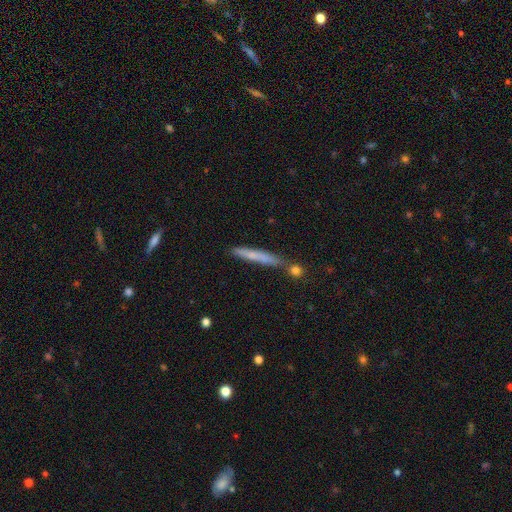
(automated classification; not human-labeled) A smooth galaxy with no disk features (60%) that is cigar-shaped (95%).

Vote fractions:
- Smooth or featured? smooth: 60% / featured or disk: 32% / star or artifact: 8%
- How rounded? cigar-shaped: 95% / in between: 4% / round: 2%
- Merging? none: 70% / minor disturbance: 15% / merger: 11% / major disturbance: 4%